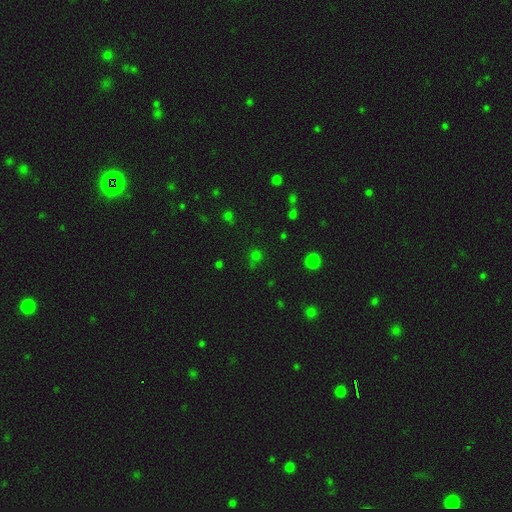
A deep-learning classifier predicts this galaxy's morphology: The model was most divided on "smooth or featured": smooth: 58%, star or artifact: 36%, featured or disk: 6%. More confident: how rounded — round (83%); merging — none (71%).